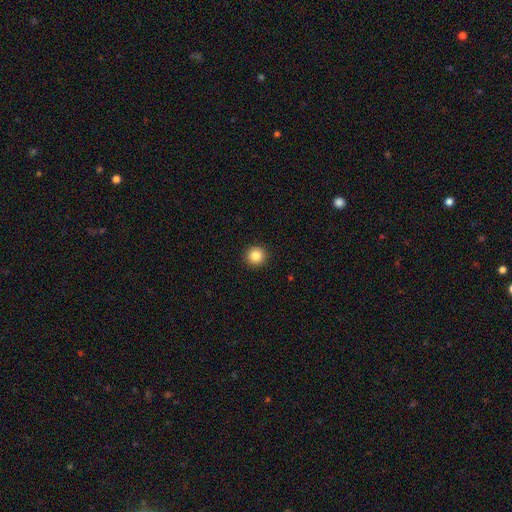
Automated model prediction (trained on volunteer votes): smooth 86%, star or artifact 10%, featured or disk 4%. Down the decision tree: how rounded — round (94%); merging — none (93%).